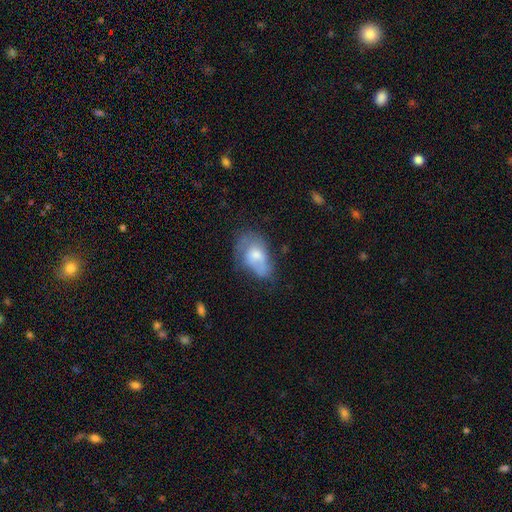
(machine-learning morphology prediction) This appears to be a smooth galaxy with no disk features (57%) that is in between round and cigar-shaped (86%). Merging: none (35%).